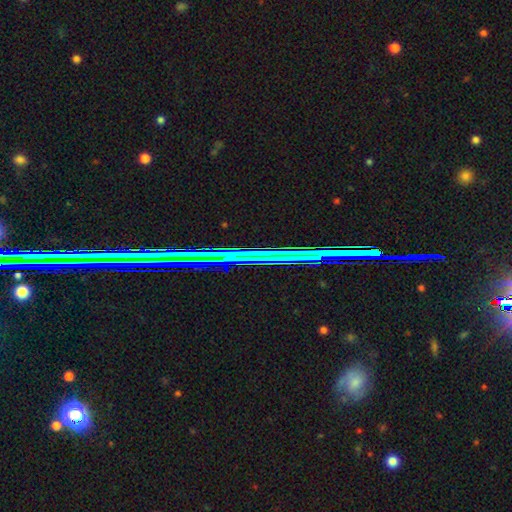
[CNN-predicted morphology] This appears to be a star or artifact, not a galaxy (69%).